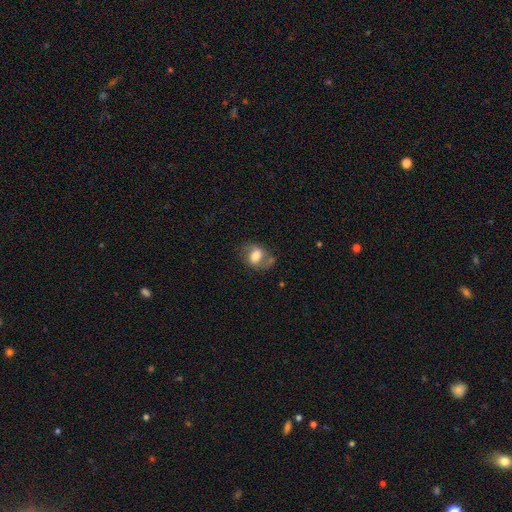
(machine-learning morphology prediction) smooth-or-featured: smooth: 55% | featured or disk: 36% | star or artifact: 8%
  how-rounded: in between: 67% | round: 32% | cigar-shaped: 2%
  merging: none: 52% | minor disturbance: 26% | major disturbance: 17% | merger: 5%